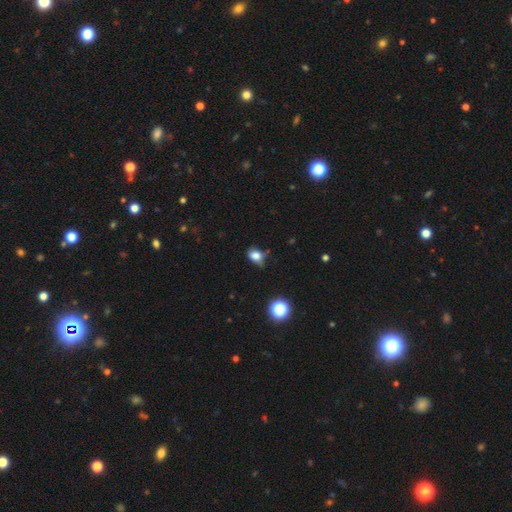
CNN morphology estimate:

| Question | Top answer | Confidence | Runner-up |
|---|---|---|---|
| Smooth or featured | smooth | 79% | star or artifact (12%) |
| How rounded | in between | 63% | round (35%) |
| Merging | none | 52% | minor disturbance (35%) |